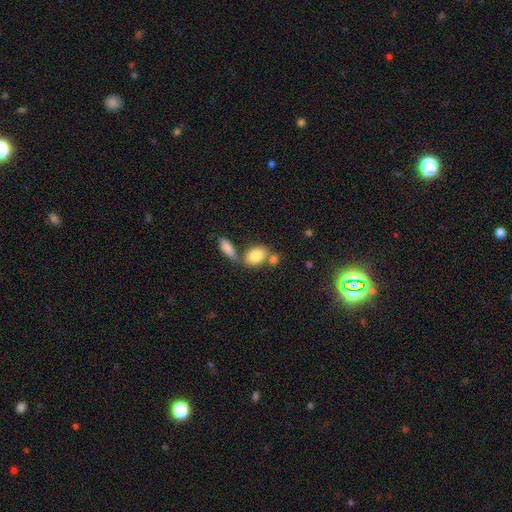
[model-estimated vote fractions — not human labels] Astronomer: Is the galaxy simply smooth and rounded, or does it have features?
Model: smooth — 82%.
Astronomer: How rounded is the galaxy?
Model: in between — 81%.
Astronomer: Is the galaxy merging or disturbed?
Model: none — 51% (runner-up: merger, 33%).